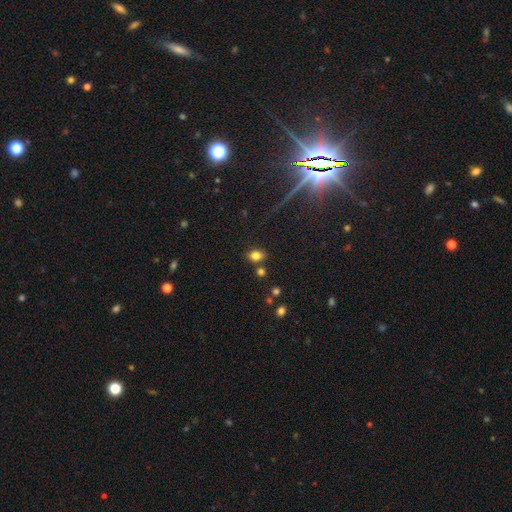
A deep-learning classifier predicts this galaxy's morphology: Smooth or featured? Predicted: smooth (p=0.79). How rounded? Predicted: in between (p=0.63). Merging? Predicted: none (p=0.77).